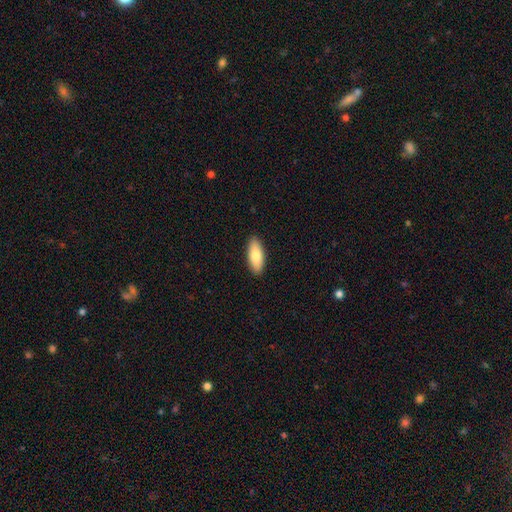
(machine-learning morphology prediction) This is likely a smooth galaxy (80%). How rounded: likely in between (78%). Merging: clearly none (90%).